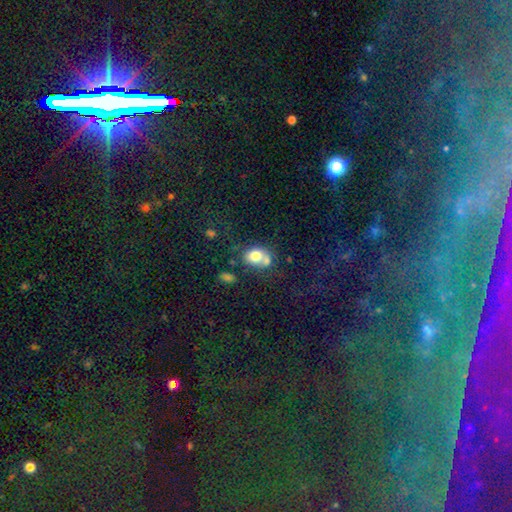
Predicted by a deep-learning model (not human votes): This is likely a smooth galaxy (74%). How rounded: possibly in between (51%). Merging: marginally merger (41%).